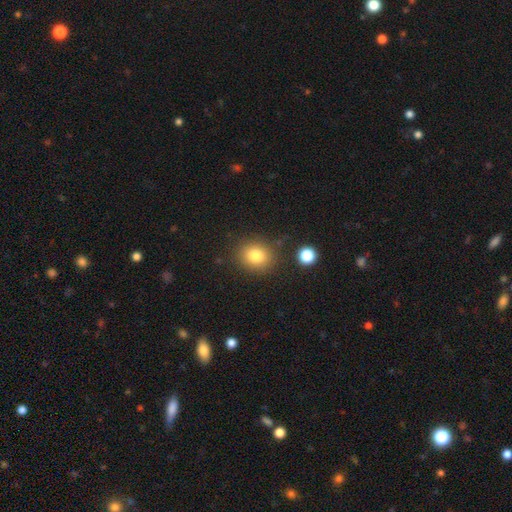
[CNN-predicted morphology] This appears to be a smooth galaxy with no disk features (81%) that is round (72%). Merging: none (83%).